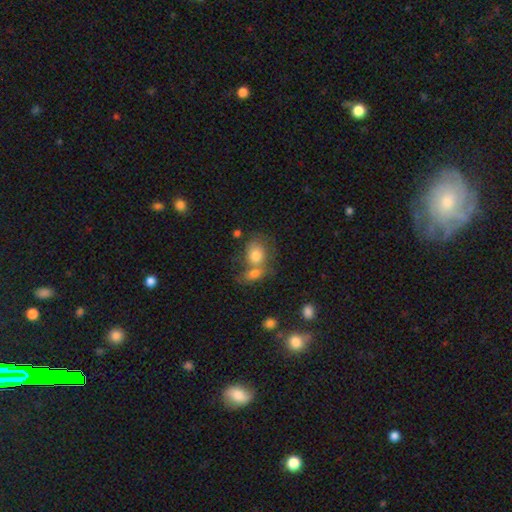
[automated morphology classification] A smooth galaxy with no disk features (76%) that is in between round and cigar-shaped (52%).

Vote fractions:
- Smooth or featured? smooth: 76% / featured or disk: 14% / star or artifact: 10%
- How rounded? in between: 52% / round: 47% / cigar-shaped: 1%
- Merging? merger: 50% / none: 32% / minor disturbance: 12% / major disturbance: 6%